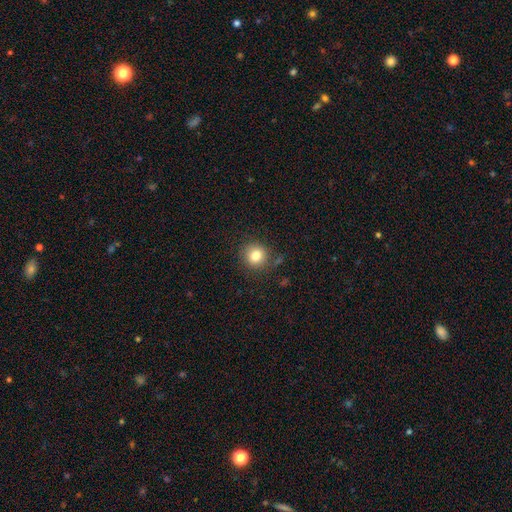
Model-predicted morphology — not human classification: A smooth galaxy with no disk features (82%) that is round (89%). Merging: none (83%).